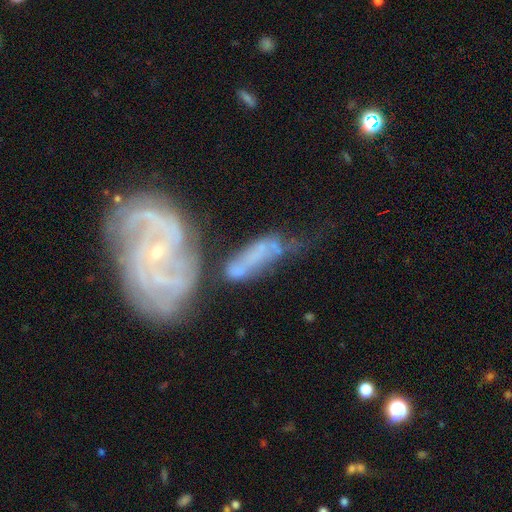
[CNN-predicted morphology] This is likely a featured or disk galaxy (72%). It is clearly not viewed edge-on (92%). Bar: likely no (62%). Spiral arm pattern: clearly yes (86%). Spiral arm count: marginally can't tell (34%). Spiral winding: possibly tight (47%). Central bulge: likely small (76%). Merging: marginally merger (41%).